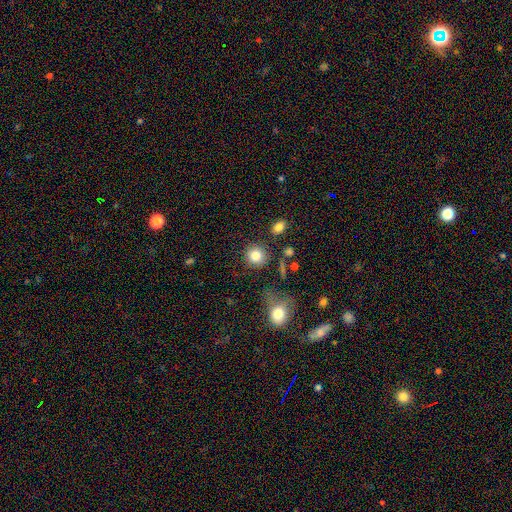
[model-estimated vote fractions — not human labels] Smooth or featured? smooth (83%)
How rounded? round (89%)
Merging? none (81%)